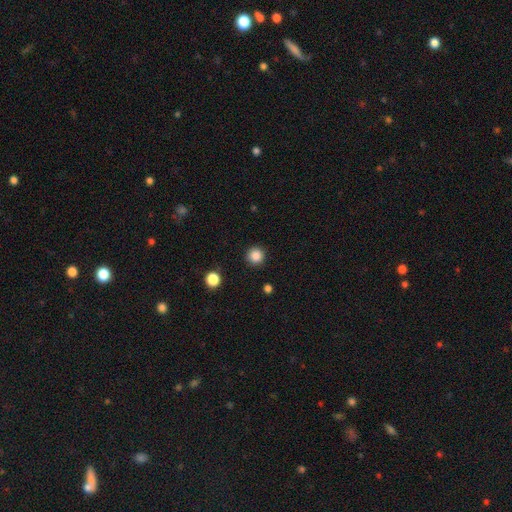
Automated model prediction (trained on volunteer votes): This is clearly a smooth galaxy (86%). How rounded: clearly round (95%). Merging: clearly none (91%).